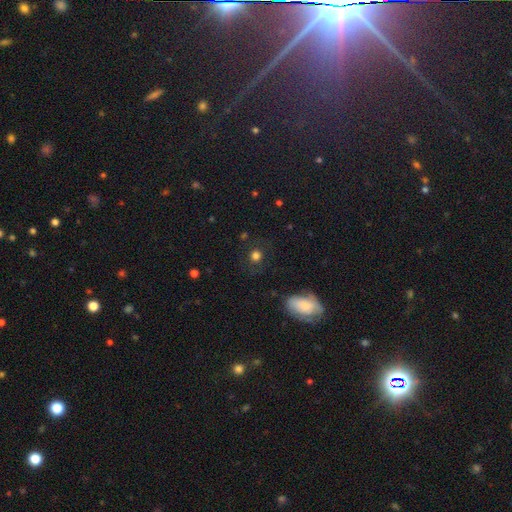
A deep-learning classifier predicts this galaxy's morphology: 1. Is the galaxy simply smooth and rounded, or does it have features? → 74% smooth, 17% star or artifact, 9% featured or disk.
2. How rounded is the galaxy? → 88% round, 11% in between, 1% cigar-shaped.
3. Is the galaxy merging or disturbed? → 80% none, 11% minor disturbance, 6% major disturbance, 3% merger.